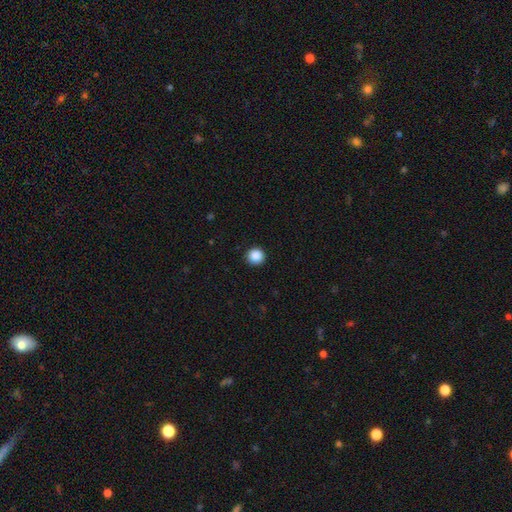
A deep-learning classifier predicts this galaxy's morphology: Smooth or featured?
  - smooth: 88% *
  - star or artifact: 10%
  - featured or disk: 2%
How rounded?
  - round: 94% *
  - in between: 5%
  - cigar-shaped: 1%
Merging?
  - none: 92% *
  - minor disturbance: 5%
  - major disturbance: 2%
  - merger: 1%